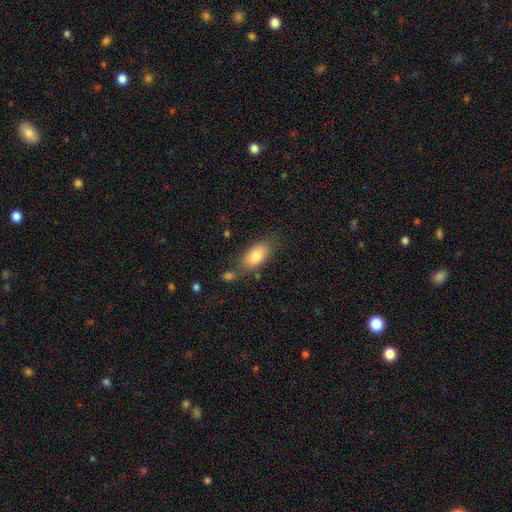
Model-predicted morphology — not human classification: Smooth or featured?
  - smooth: 81% *
  - featured or disk: 12%
  - star or artifact: 7%
How rounded?
  - in between: 90% *
  - cigar-shaped: 6%
  - round: 4%
Merging?
  - none: 65% *
  - minor disturbance: 17%
  - merger: 12%
  - major disturbance: 5%